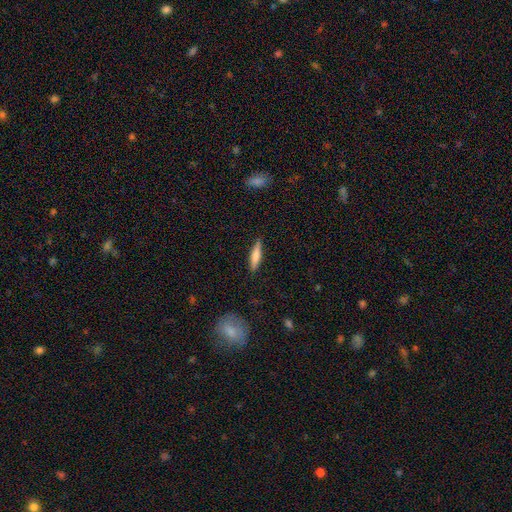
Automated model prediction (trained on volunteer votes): smooth-or-featured: smooth: 70% | featured or disk: 24% | star or artifact: 6%
  how-rounded: cigar-shaped: 80% | in between: 19% | round: 2%
  merging: none: 88% | minor disturbance: 9% | major disturbance: 2% | merger: 1%